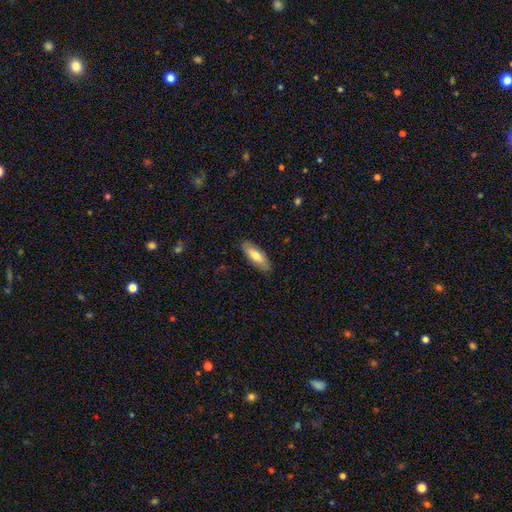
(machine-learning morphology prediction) smooth 70%, featured or disk 24%, star or artifact 6%. Down the decision tree: how rounded — in between (65%); merging — none (86%).